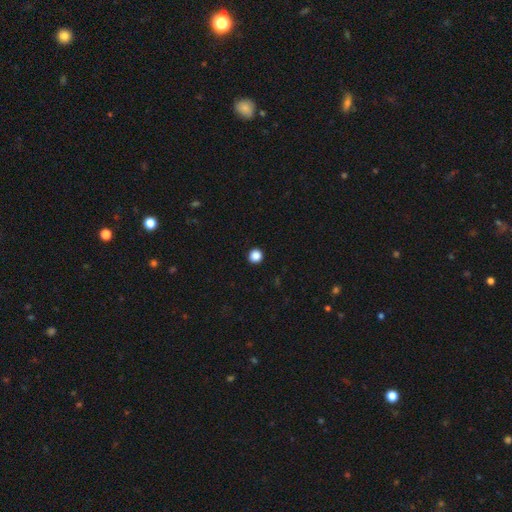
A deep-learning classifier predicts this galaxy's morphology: smooth-or-featured: smooth: 88% | star or artifact: 10% | featured or disk: 2%
  how-rounded: round: 95% | in between: 4% | cigar-shaped: 1%
  merging: none: 94% | minor disturbance: 4% | major disturbance: 1% | merger: 1%